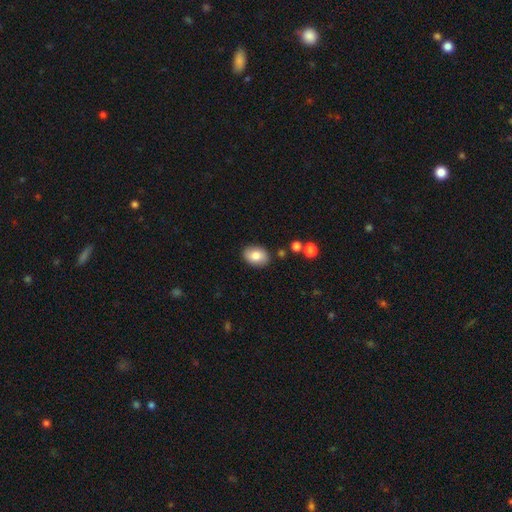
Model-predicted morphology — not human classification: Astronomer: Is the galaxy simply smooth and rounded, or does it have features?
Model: smooth — 80%.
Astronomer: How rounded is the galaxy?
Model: in between — 75%.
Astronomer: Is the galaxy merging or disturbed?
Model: none — 86%.